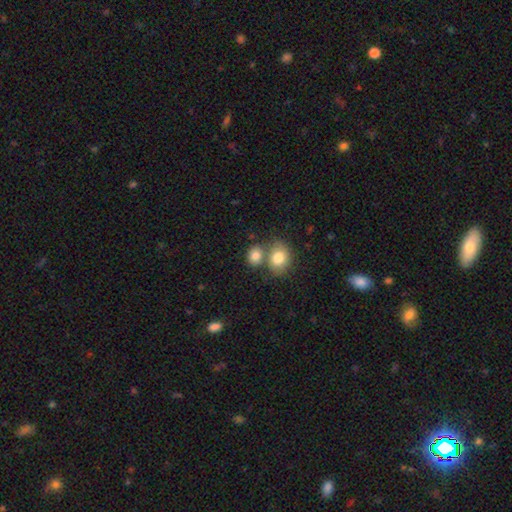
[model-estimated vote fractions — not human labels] smooth 82%, featured or disk 10%, star or artifact 9%. Down the decision tree: how rounded — in between (51%); merging — none (45%).